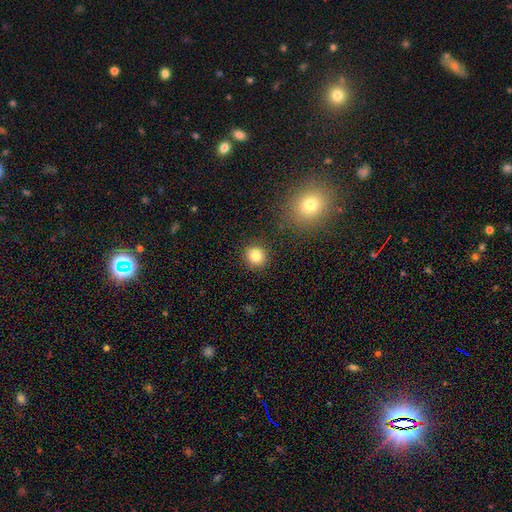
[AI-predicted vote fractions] smooth_or_featured: smooth (p=0.82) [alt: star or artifact p=0.11]
how_rounded: round (p=0.89) [alt: in between p=0.11]
merging: none (p=0.90) [alt: minor disturbance p=0.06]